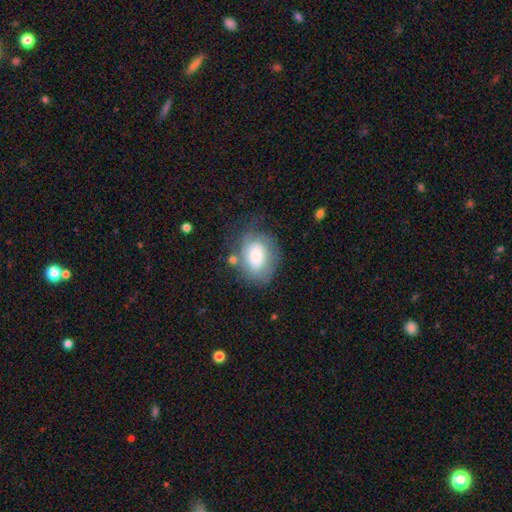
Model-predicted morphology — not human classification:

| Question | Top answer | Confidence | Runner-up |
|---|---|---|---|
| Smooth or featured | smooth | 60% | featured or disk (31%) |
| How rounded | in between | 68% | round (31%) |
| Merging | none | 56% | minor disturbance (25%) |